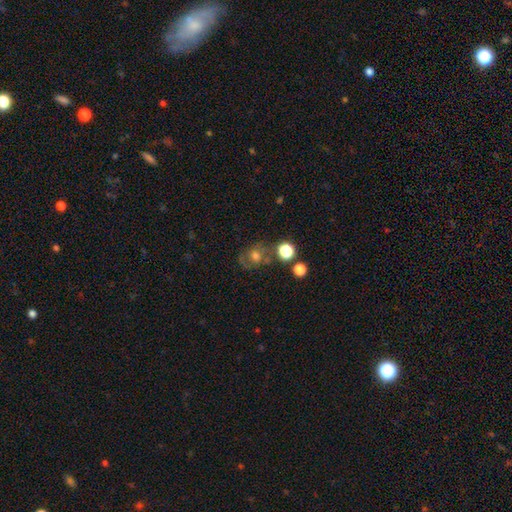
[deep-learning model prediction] Overall: smooth (44%; featured or disk 35%). Merging: none (61%).